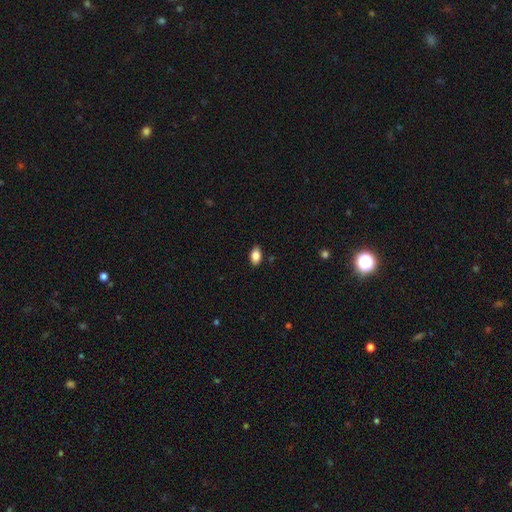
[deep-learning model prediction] Q: Smooth or featured?
A: smooth (86%); runner-up: star or artifact (8%)
Q: How rounded?
A: in between (91%); runner-up: round (7%)
Q: Merging?
A: none (86%); runner-up: minor disturbance (11%)